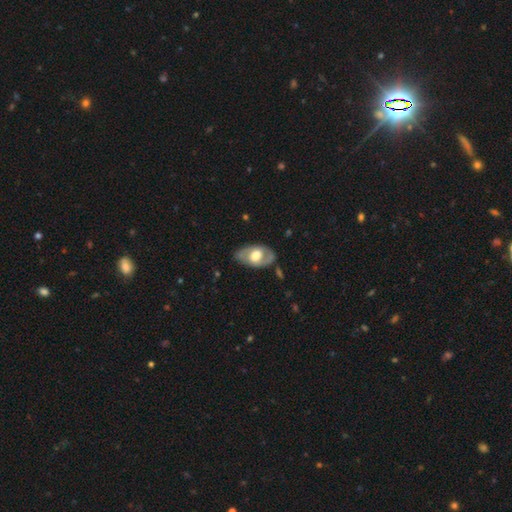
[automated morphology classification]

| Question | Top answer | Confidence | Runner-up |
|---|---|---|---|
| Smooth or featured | featured or disk | 62% | smooth (33%) |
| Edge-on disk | no | 90% | yes (10%) |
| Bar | no | 62% | weak (29%) |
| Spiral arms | no | 50% | tied: yes (50%) |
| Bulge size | moderate | 47% | large (44%) |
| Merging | none | 73% | minor disturbance (19%) |